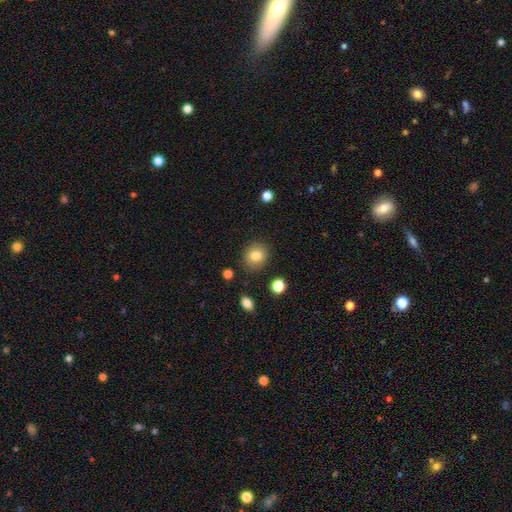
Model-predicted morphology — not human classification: smooth 81%, star or artifact 10%, featured or disk 8%. Down the decision tree: how rounded — round (72%); merging — none (85%).